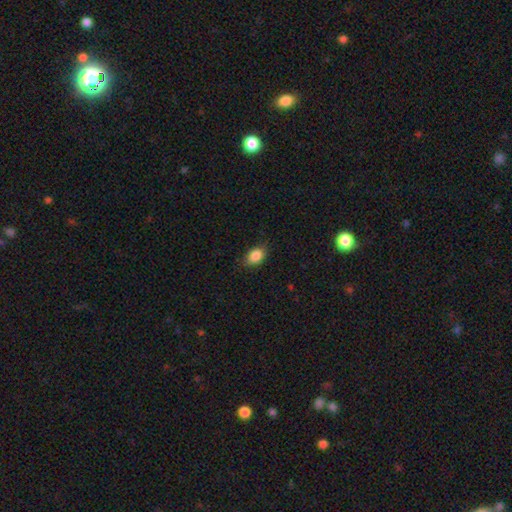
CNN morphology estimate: smooth-or-featured: smooth: 86% | star or artifact: 8% | featured or disk: 6%
  how-rounded: in between: 79% | round: 19% | cigar-shaped: 2%
  merging: none: 76% | minor disturbance: 19% | major disturbance: 3% | merger: 1%